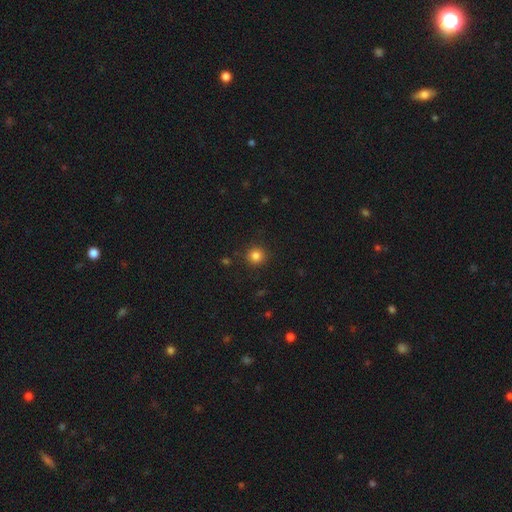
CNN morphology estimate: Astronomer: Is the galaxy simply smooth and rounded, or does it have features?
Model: smooth — 83%.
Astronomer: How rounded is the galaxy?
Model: round — 94%.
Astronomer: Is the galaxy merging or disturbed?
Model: none — 90%.